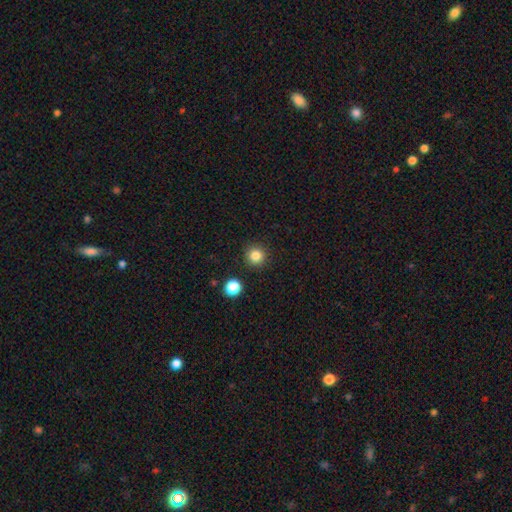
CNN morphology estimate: The model was most divided on "smooth or featured": smooth: 84%, star or artifact: 12%, featured or disk: 4%. More confident: how rounded — round (95%); merging — none (91%).